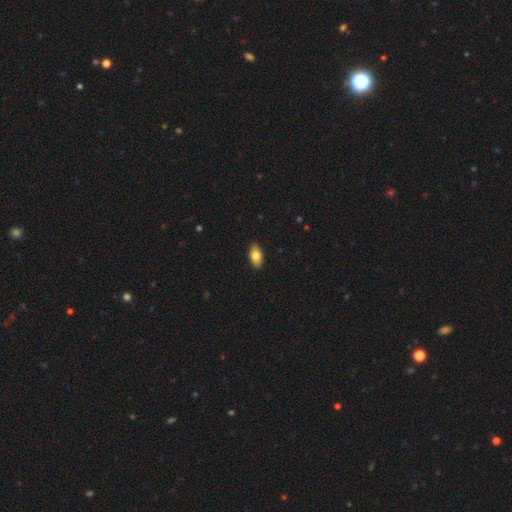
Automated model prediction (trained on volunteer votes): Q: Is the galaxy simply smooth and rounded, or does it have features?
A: smooth — 82%.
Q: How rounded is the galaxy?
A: in between — 92%.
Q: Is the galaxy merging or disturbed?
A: none — 90%.